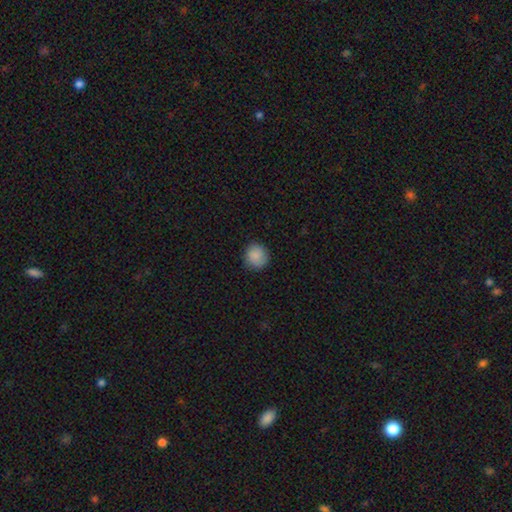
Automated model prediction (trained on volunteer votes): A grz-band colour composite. It shows a smooth galaxy with no disk features (87%) that is round (89%). Merging: none (86%).